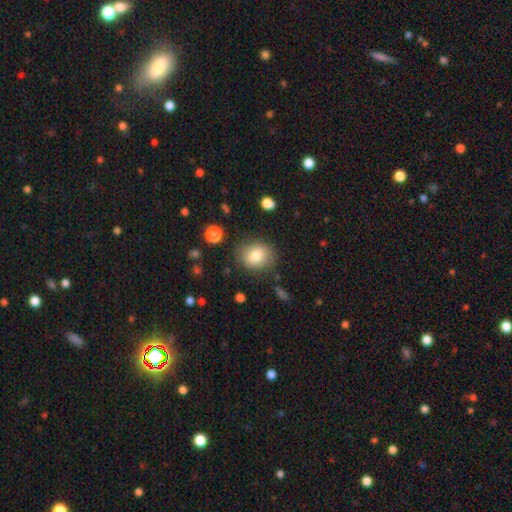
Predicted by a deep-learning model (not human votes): smooth-or-featured: smooth: 78% | featured or disk: 12% | star or artifact: 10%
  how-rounded: round: 68% | in between: 31% | cigar-shaped: 1%
  merging: none: 82% | minor disturbance: 12% | major disturbance: 4% | merger: 2%